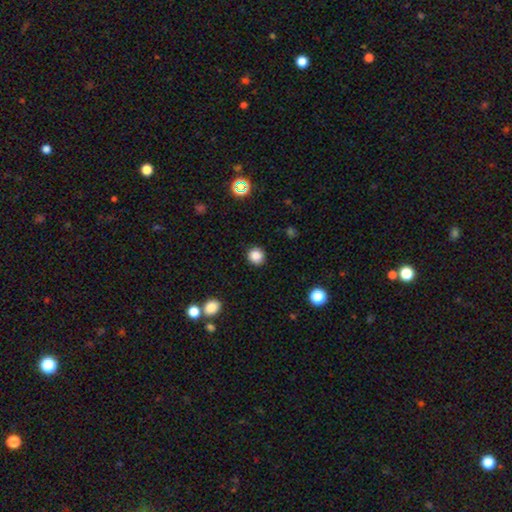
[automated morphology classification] Smooth or featured: smooth — 85% (star or artifact — 12%)
How rounded: round — 91% (in between — 8%)
Merging: none — 90% (minor disturbance — 6%)